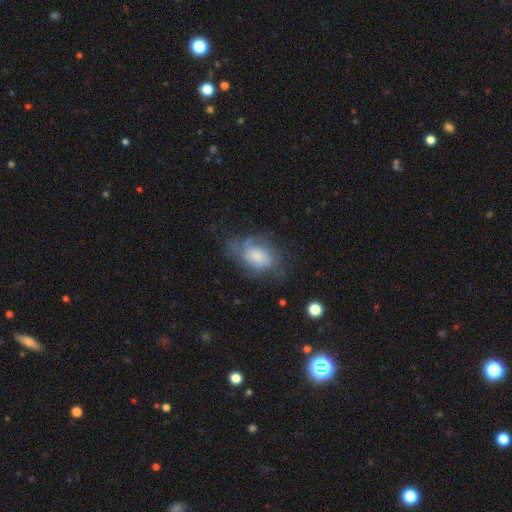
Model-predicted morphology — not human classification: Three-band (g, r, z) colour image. It shows a featured or disk galaxy (46%). Merging: none (52%).